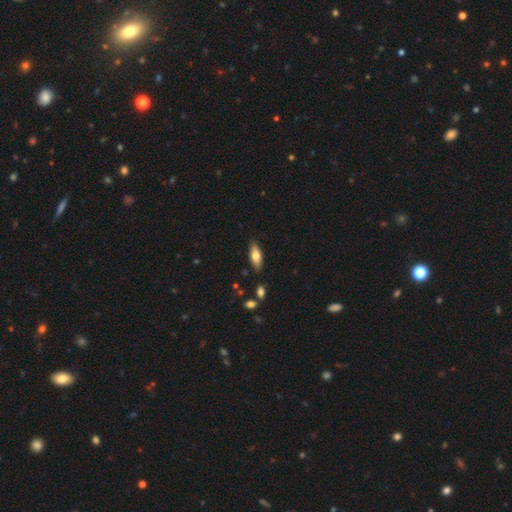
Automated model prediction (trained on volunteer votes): This appears to be a smooth galaxy with no disk features (69%) that is in between round and cigar-shaped (70%). Merging: none (85%).